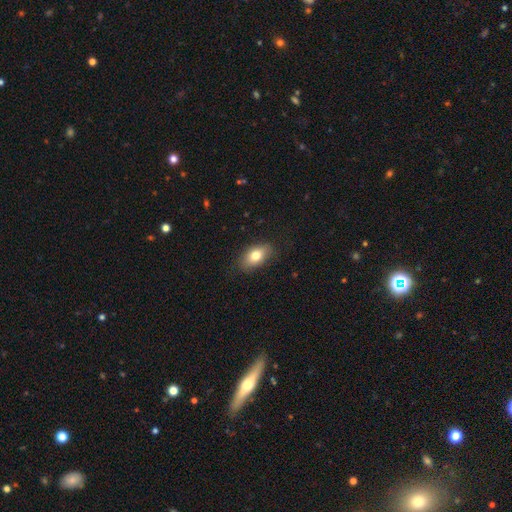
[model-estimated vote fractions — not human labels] Morphology: type=smooth (77%); roundness=in between (89%); merging=none (83%).